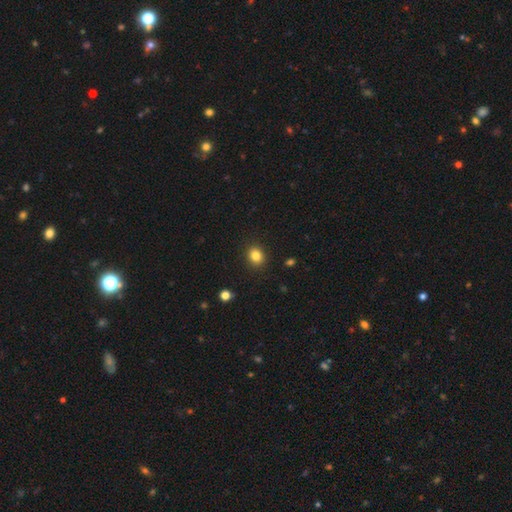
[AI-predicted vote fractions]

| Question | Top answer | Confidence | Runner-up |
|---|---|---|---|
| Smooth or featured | smooth | 84% | star or artifact (11%) |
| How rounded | round | 67% | in between (32%) |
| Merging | none | 91% | minor disturbance (7%) |